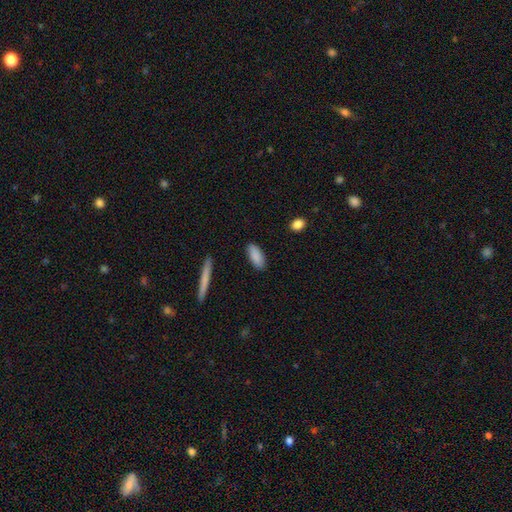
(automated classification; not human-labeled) This appears to be a smooth galaxy with no disk features (87%) that is in between round and cigar-shaped (76%). Merging: none (88%).